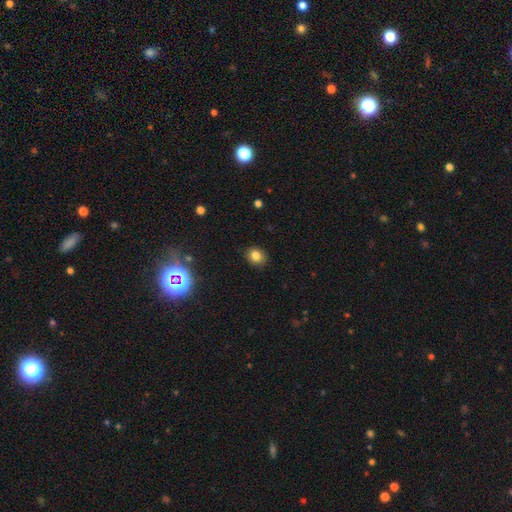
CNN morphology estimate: Smooth or featured? smooth (79%)
How rounded? round (66%)
Merging? none (87%)